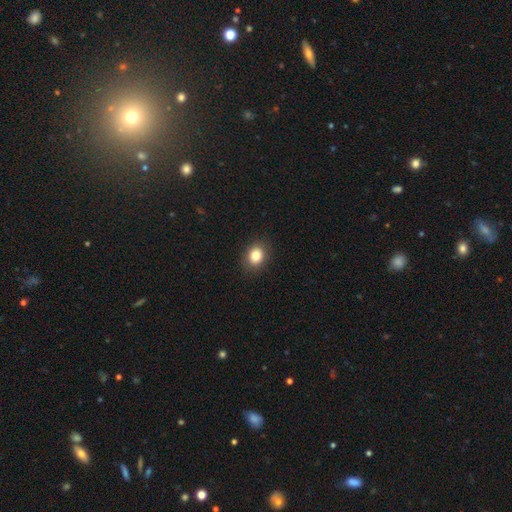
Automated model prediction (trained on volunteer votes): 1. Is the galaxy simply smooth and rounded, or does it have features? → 83% smooth, 10% star or artifact, 7% featured or disk.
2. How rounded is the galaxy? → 51% in between, 48% round, 1% cigar-shaped.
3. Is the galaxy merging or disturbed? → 88% none, 9% minor disturbance, 2% major disturbance, 1% merger.